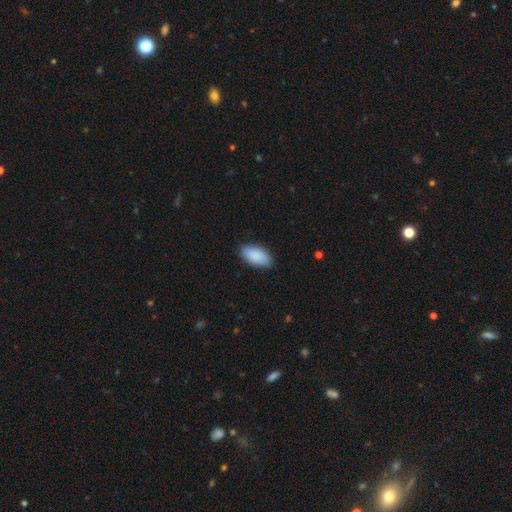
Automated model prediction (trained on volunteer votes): A smooth galaxy with no disk features (90%) that is in between round and cigar-shaped (93%). Merging: none (84%).